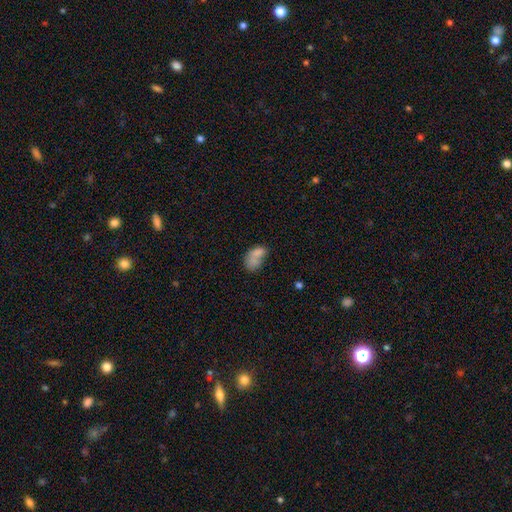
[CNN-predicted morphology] smooth 74%, featured or disk 16%, star or artifact 9%. Down the decision tree: how rounded — in between (85%); merging — merger (39%).